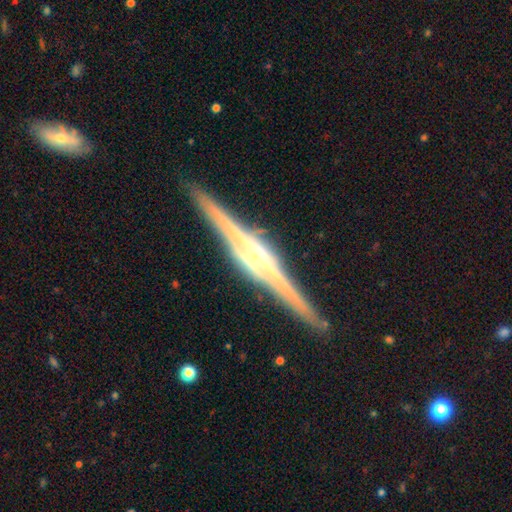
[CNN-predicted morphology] Q: Smooth or featured?
A: featured or disk (90%); runner-up: smooth (5%)
Q: Edge-on disk?
A: yes (99%); runner-up: no (1%)
Q: Edge-on bulge?
A: rounded (68%); runner-up: boxy (27%)
Q: Merging?
A: none (91%); runner-up: minor disturbance (6%)